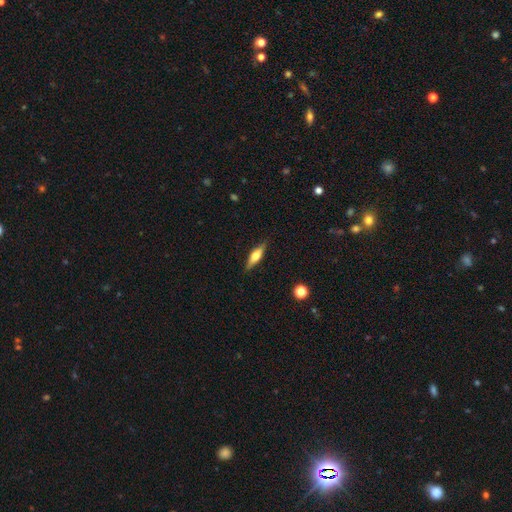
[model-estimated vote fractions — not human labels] This appears to be a smooth galaxy with no disk features (47%). Merging: none (86%).